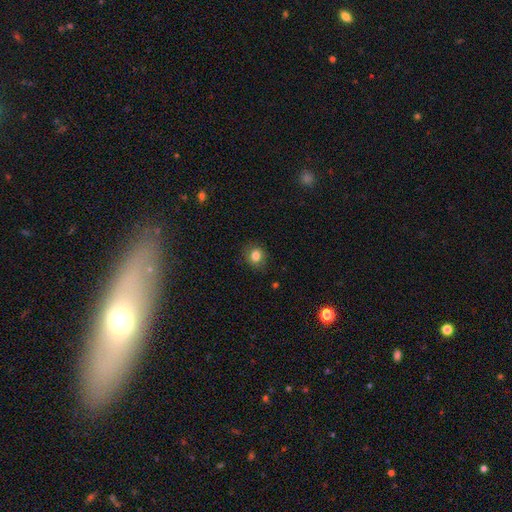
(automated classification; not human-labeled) Morphology: type=smooth (82%); roundness=round (72%); merging=none (83%).